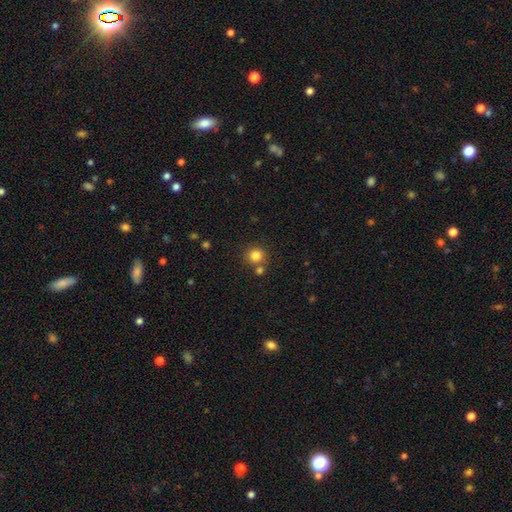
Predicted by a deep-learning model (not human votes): This is clearly a smooth galaxy (82%). How rounded: clearly round (92%). Merging: likely none (71%).